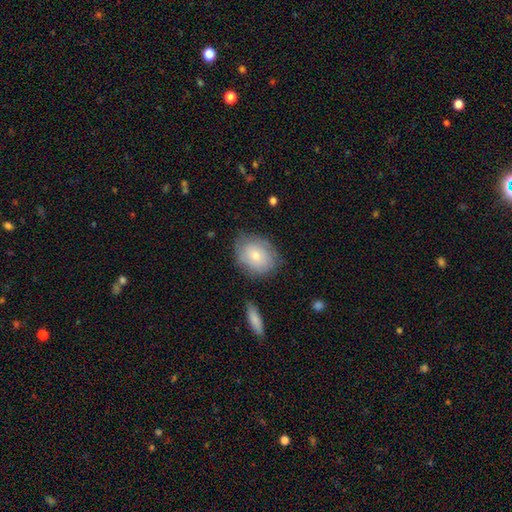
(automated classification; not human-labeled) The model was most divided on "how rounded": round: 52%, in between: 47%, cigar-shaped: 1%. More confident: merging — none (71%); smooth or featured — smooth (59%).